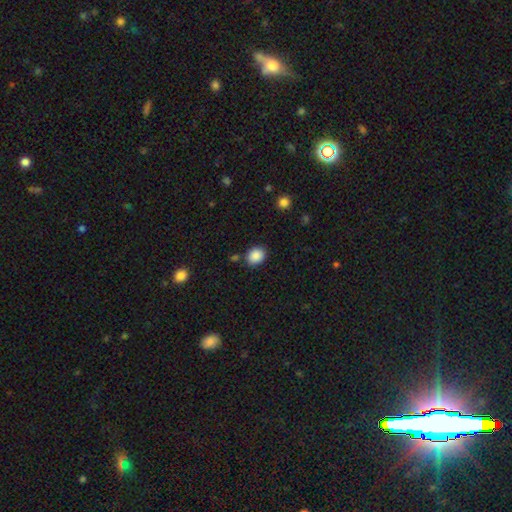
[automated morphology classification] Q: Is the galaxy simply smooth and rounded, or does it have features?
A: smooth — 88%.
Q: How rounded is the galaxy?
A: round — 56%.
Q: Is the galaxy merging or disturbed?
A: none — 82%.